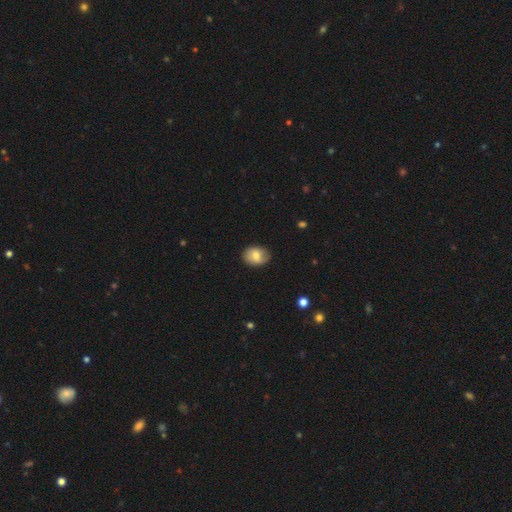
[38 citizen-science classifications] Morphology: type=smooth (63%); roundness=in between (79%); merging=none (97%).